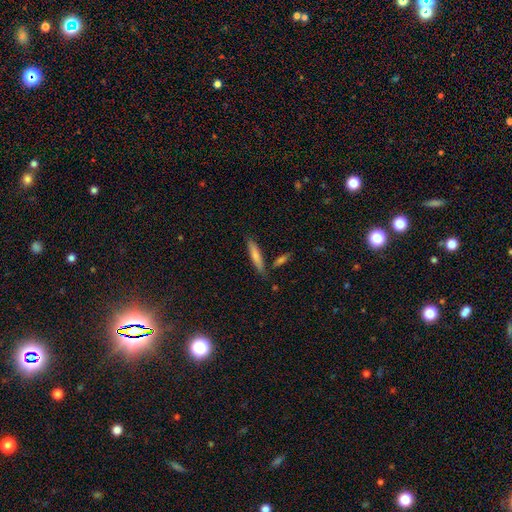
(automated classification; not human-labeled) A smooth galaxy with no disk features (74%) that is cigar-shaped (82%). Merging: none (79%).